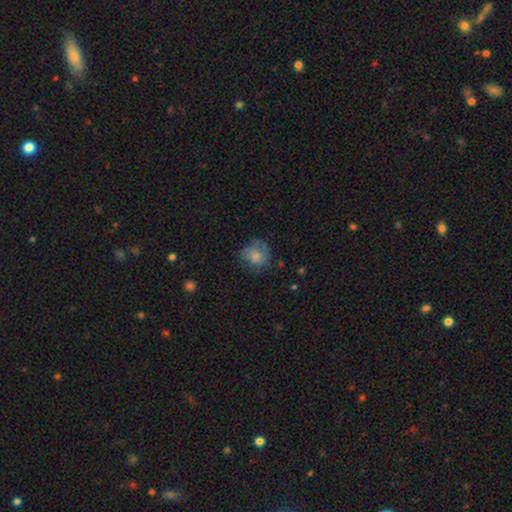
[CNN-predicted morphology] Overall: smooth (72%). How rounded: round (77%). Merging: none (60%; minor disturbance 26%).